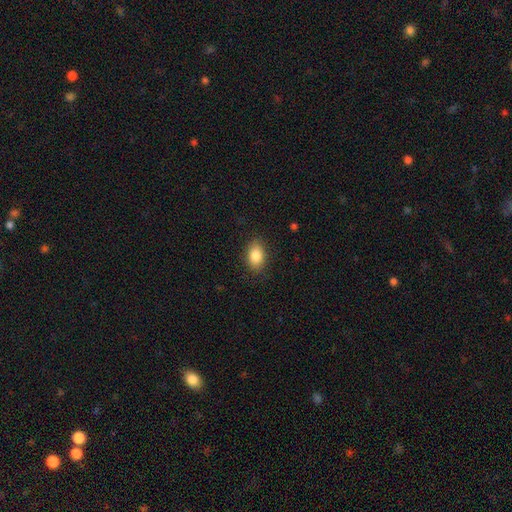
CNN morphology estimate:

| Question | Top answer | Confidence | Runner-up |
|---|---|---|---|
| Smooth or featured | smooth | 84% | star or artifact (8%) |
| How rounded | in between | 85% | round (13%) |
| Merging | none | 86% | minor disturbance (11%) |